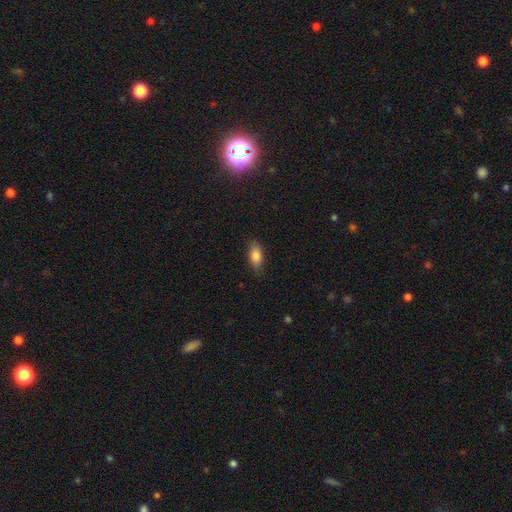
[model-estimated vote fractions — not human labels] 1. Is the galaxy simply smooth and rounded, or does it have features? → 82% smooth, 10% featured or disk, 8% star or artifact.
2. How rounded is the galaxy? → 86% in between, 10% cigar-shaped, 5% round.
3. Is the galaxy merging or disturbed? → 81% none, 15% minor disturbance, 3% major disturbance, 1% merger.